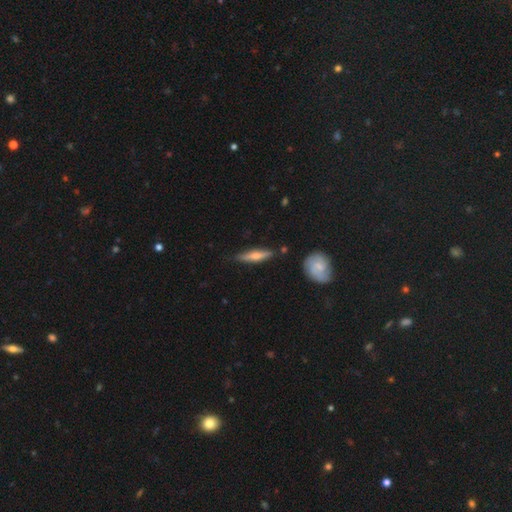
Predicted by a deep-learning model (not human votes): smooth-or-featured: featured or disk: 56% | smooth: 38% | star or artifact: 5%
  disk-edge-on: yes: 92% | no: 8%
    edge-on-bulge: rounded: 88% | none: 8% | boxy: 4%
  merging: none: 82% | minor disturbance: 13% | merger: 3% | major disturbance: 2%